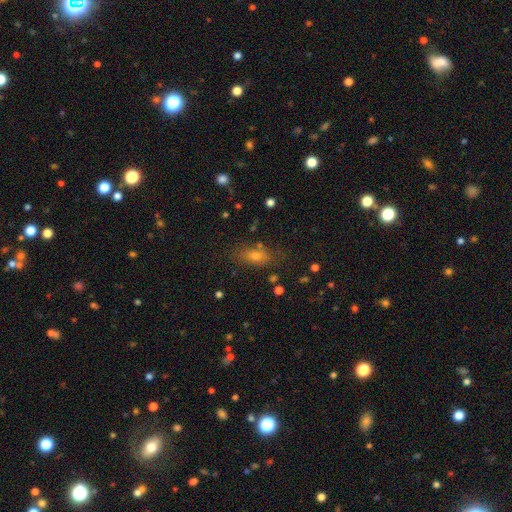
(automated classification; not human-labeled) This appears to be a smooth galaxy with no disk features (63%) that is in between round and cigar-shaped (72%). Merging: none (75%).